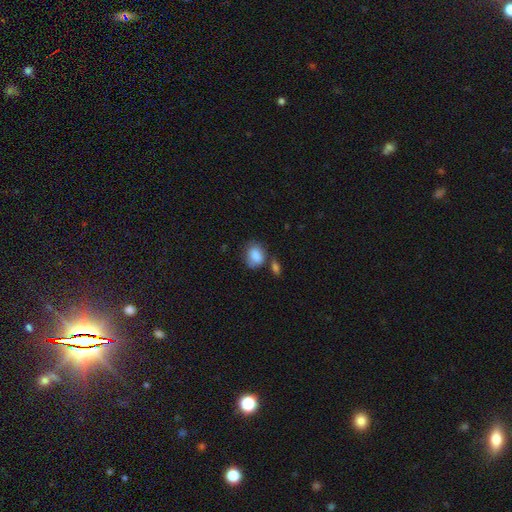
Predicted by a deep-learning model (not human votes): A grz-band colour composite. It shows a smooth galaxy with no disk features (85%) that is in between round and cigar-shaped (64%). Merging: none (54%).